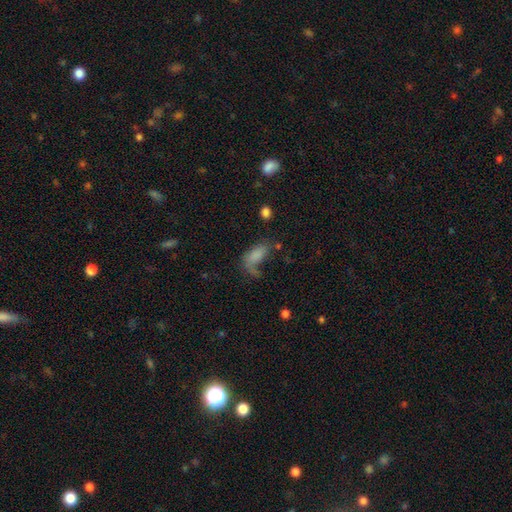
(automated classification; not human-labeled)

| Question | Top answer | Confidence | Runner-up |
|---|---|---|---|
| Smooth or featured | smooth | 69% | featured or disk (20%) |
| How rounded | in between | 87% | cigar-shaped (8%) |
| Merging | major disturbance | 41% | none (31%) |